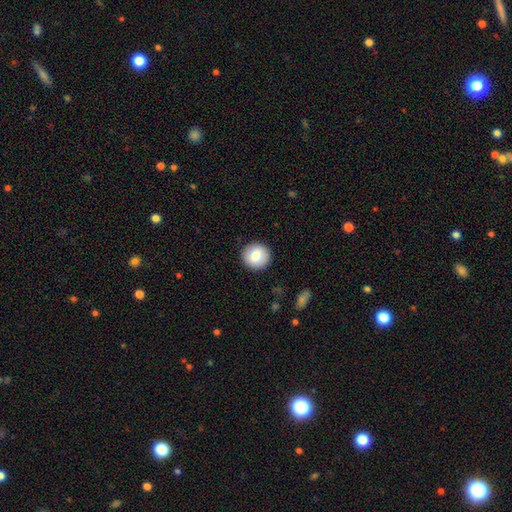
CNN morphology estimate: A smooth galaxy with no disk features (81%) that is round (94%).

Vote fractions:
- Smooth or featured? smooth: 81% / featured or disk: 12% / star or artifact: 8%
- How rounded? round: 94% / in between: 5% / cigar-shaped: 1%
- Merging? none: 92% / minor disturbance: 6% / major disturbance: 2% / merger: 1%